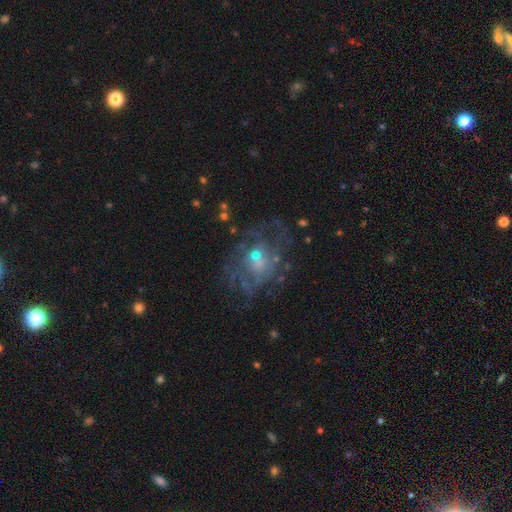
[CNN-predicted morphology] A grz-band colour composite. It shows a featured or disk galaxy (63%) with no bar (59%), spiral arms (58%) and a small central bulge (48%). Merging: none (64%).